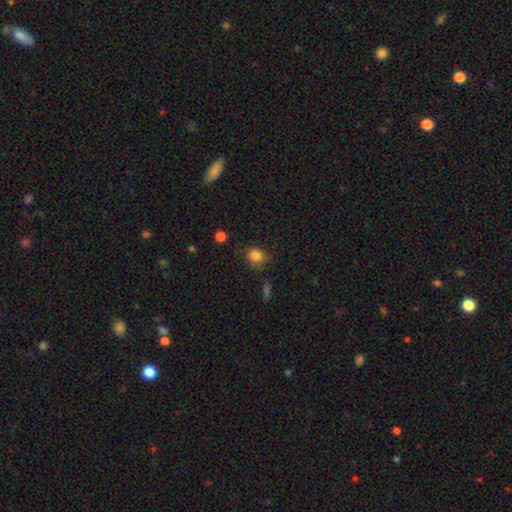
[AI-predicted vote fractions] Q: Smooth or featured?
A: smooth (84%); runner-up: star or artifact (11%)
Q: How rounded?
A: round (69%); runner-up: in between (30%)
Q: Merging?
A: none (76%); runner-up: minor disturbance (17%)